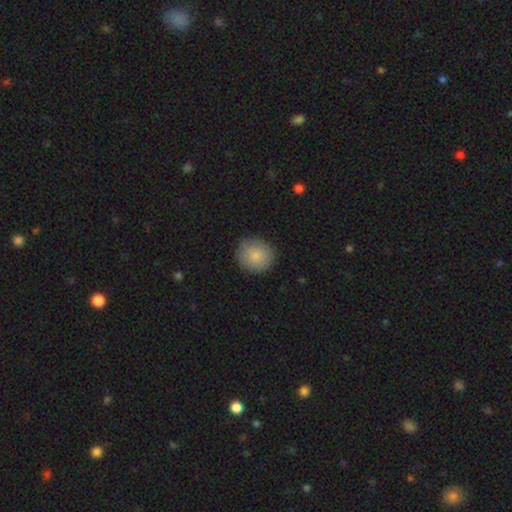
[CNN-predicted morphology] smooth_or_featured: smooth (p=0.85) [alt: featured or disk p=0.08]
how_rounded: round (p=0.89) [alt: in between p=0.10]
merging: none (p=0.88) [alt: minor disturbance p=0.09]